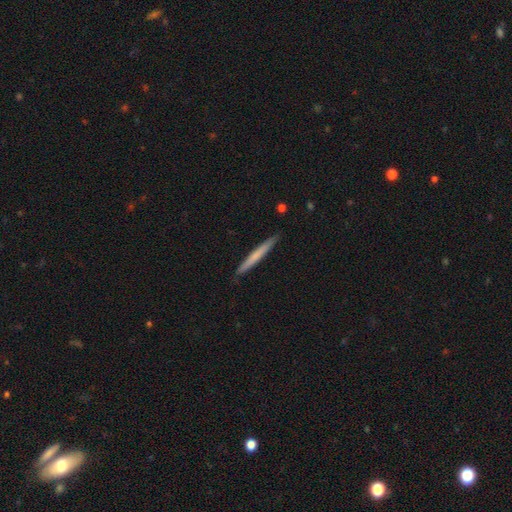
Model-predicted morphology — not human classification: Smooth or featured? smooth (63%)
How rounded? cigar-shaped (97%)
Merging? none (90%)